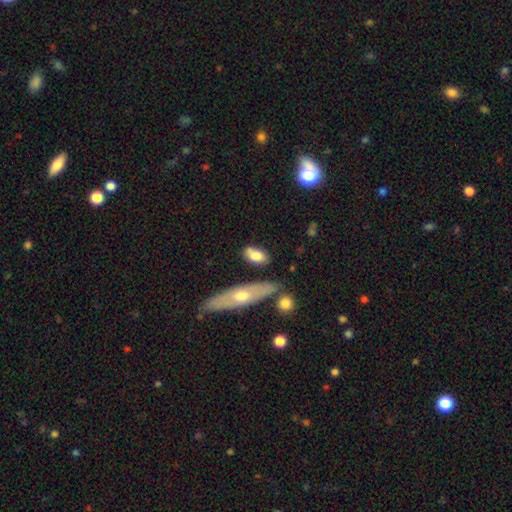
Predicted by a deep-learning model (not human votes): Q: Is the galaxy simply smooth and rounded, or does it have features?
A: smooth — 73%.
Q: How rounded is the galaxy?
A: in between — 82%.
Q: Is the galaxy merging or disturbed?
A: none — 64%.